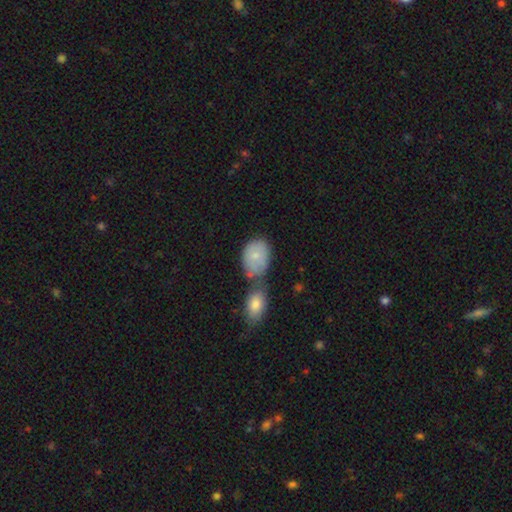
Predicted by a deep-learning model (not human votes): The model was most divided on "merging" (2-way tie): merger: 38%, none: 38%, minor disturbance: 18%, major disturbance: 6%. More confident: how rounded — in between (76%); smooth or featured — smooth (74%).